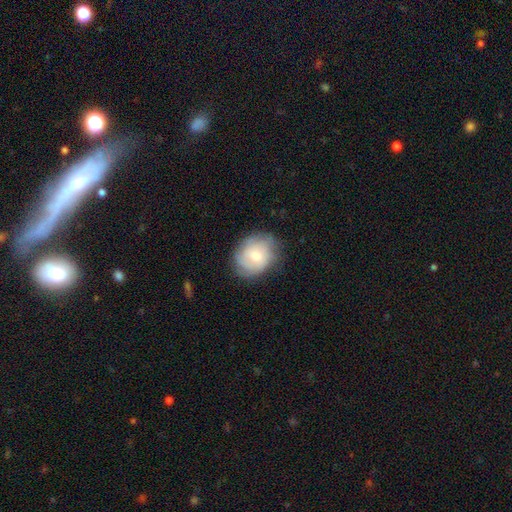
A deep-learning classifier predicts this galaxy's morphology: A smooth galaxy with no disk features (49%). Merging: none (71%).